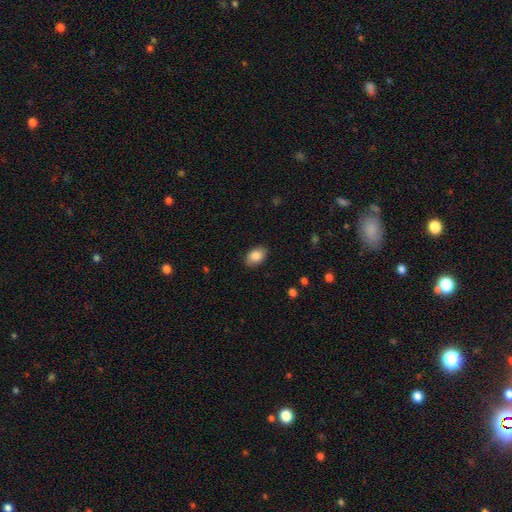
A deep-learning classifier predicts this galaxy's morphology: The model was most divided on "merging": none: 87%, minor disturbance: 10%, major disturbance: 2%, merger: 1%. More confident: how rounded — in between (89%); smooth or featured — smooth (87%).